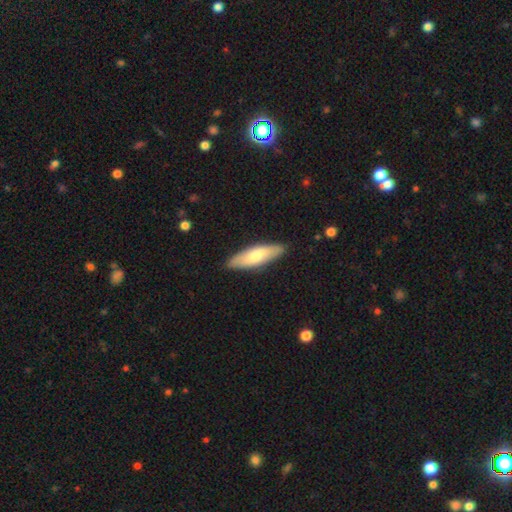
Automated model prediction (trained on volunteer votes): Smooth or featured: smooth — 66% (featured or disk — 29%)
How rounded: cigar-shaped — 55% (in between — 43%)
Merging: none — 87% (minor disturbance — 10%)